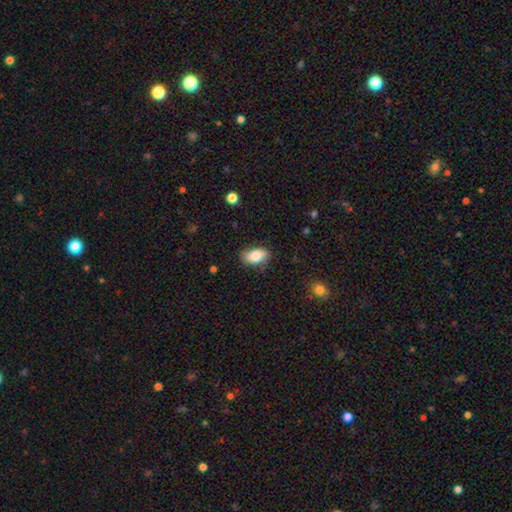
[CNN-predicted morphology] Overall: smooth (84%). How rounded: in between (91%). Merging: none (78%).